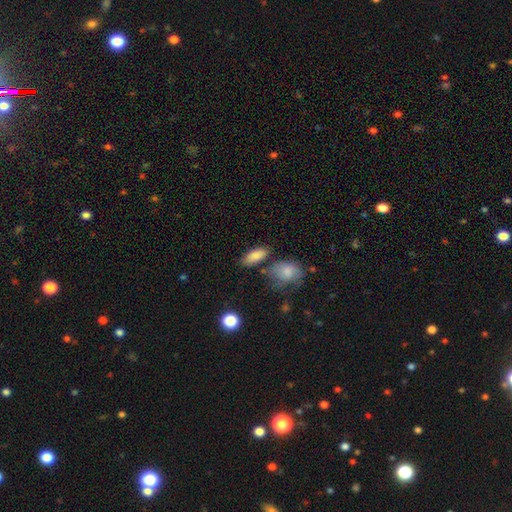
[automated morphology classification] Overall: smooth (85%). How rounded: in between (84%). Merging: none (68%).